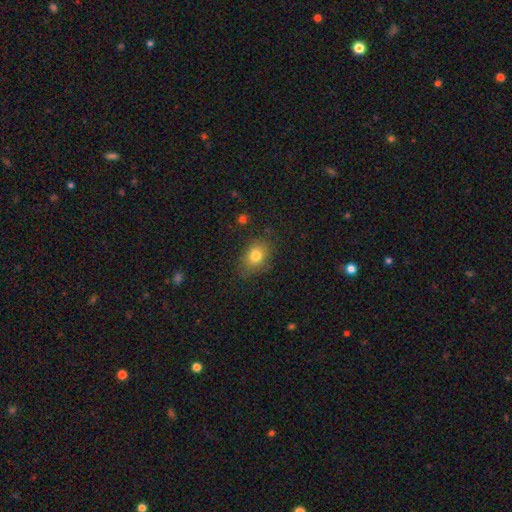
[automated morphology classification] Smooth or featured: smooth — 79% (star or artifact — 11%)
How rounded: in between — 64% (round — 35%)
Merging: none — 77% (minor disturbance — 16%)